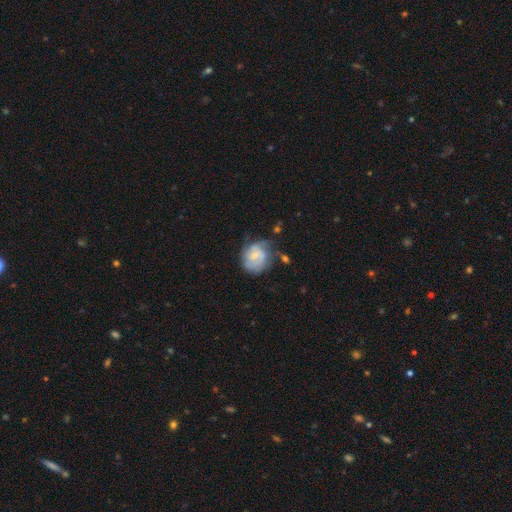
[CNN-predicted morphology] Smooth or featured?
  - featured or disk: 59% *
  - smooth: 34%
  - star or artifact: 7%
Edge-on disk?
  - no: 98% *
  - yes: 2%
Bar?
  - no: 54% *
  - weak: 40%
  - strong: 6%
Spiral arms?
  - yes: 79% *
  - no: 21%
Bulge size?
  - small: 56% *
  - moderate: 30%
  - none: 10%
  - large: 2%
  - dominant: 1%
Merging?
  - none: 48% *
  - minor disturbance: 29%
  - major disturbance: 17%
  - merger: 6%